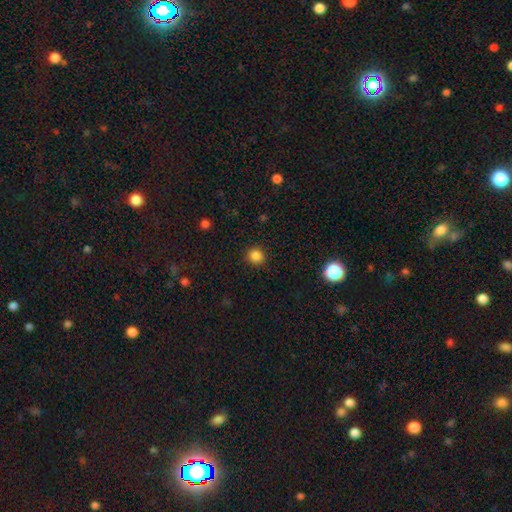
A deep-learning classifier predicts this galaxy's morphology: Smooth or featured?
  - smooth: 85% *
  - star or artifact: 12%
  - featured or disk: 3%
How rounded?
  - round: 90% *
  - in between: 9%
  - cigar-shaped: 1%
Merging?
  - none: 91% *
  - minor disturbance: 5%
  - major disturbance: 2%
  - merger: 1%